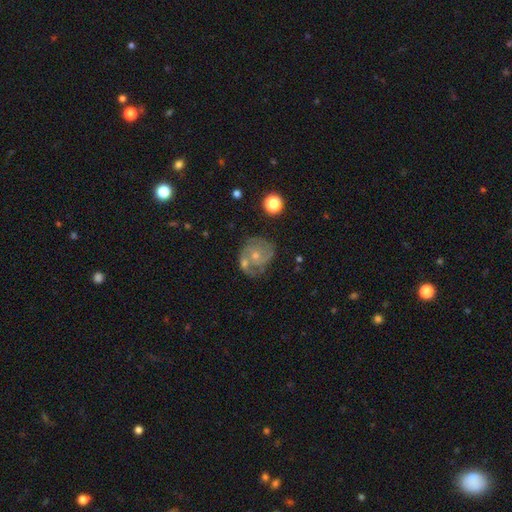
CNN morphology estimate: featured or disk 73%, smooth 17%, star or artifact 10%. Down the decision tree: edge-on disk — no (98%); bar — no (76%); spiral arms — yes (89%); spiral arm count — 2 (47%); spiral winding — tight (54%); bulge size — small (62%); merging — none (58%).